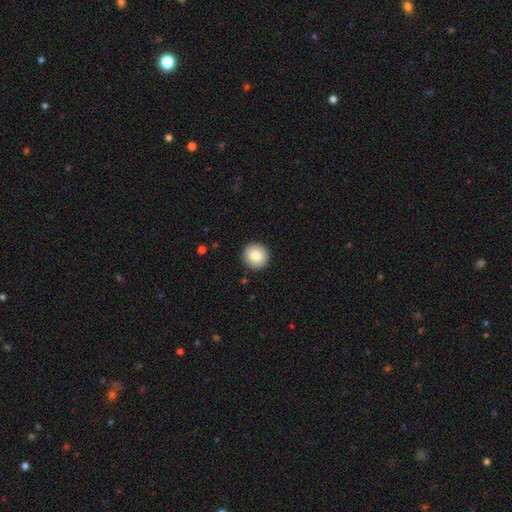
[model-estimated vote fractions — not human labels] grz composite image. It shows a smooth galaxy with no disk features (82%) that is round (95%). Merging: none (92%).